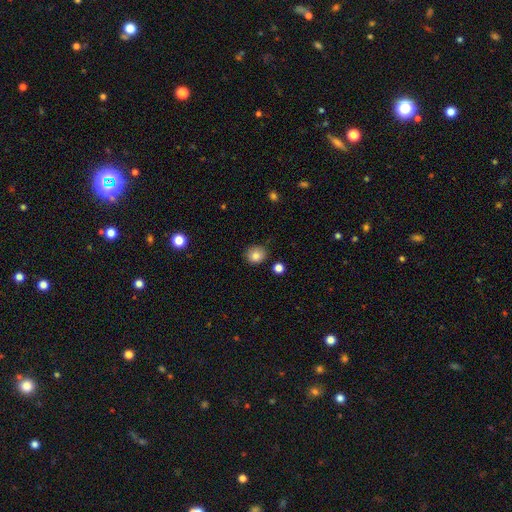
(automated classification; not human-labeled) smooth 84%, star or artifact 10%, featured or disk 6%. Down the decision tree: how rounded — round (84%); merging — none (84%).